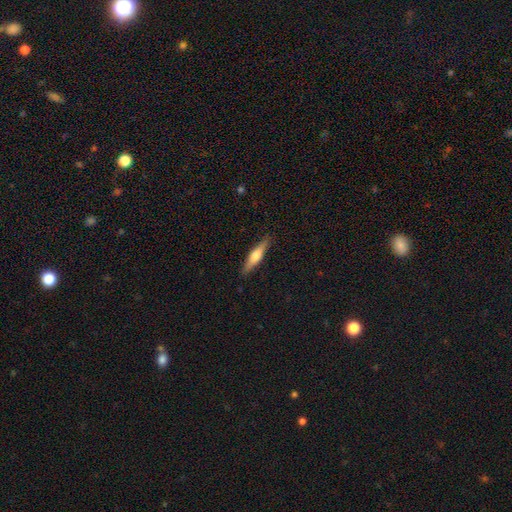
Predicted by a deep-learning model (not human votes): A smooth galaxy with no disk features (50%) that is cigar-shaped (82%).

Vote fractions:
- Smooth or featured? smooth: 50% / featured or disk: 45% / star or artifact: 5%
- How rounded? cigar-shaped: 82% / in between: 17% / round: 2%
- Merging? none: 89% / minor disturbance: 8% / major disturbance: 2% / merger: 1%